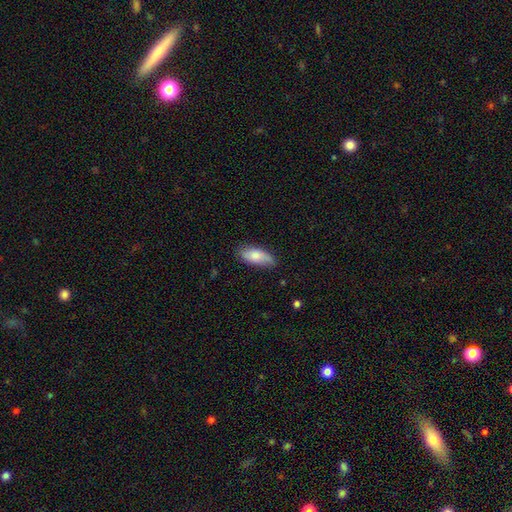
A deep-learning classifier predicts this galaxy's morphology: Smooth or featured: smooth — 77% (featured or disk — 16%)
How rounded: in between — 83% (cigar-shaped — 15%)
Merging: none — 72% (minor disturbance — 22%)